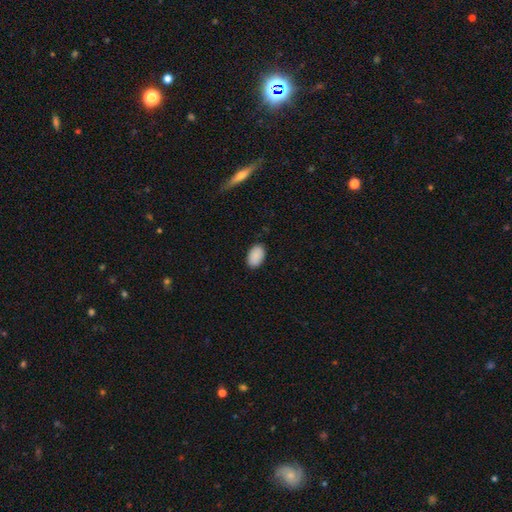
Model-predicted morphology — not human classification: smooth-or-featured: smooth: 91% | star or artifact: 7% | featured or disk: 3%
  how-rounded: in between: 92% | round: 7% | cigar-shaped: 1%
  merging: none: 88% | minor disturbance: 9% | major disturbance: 2% | merger: 1%